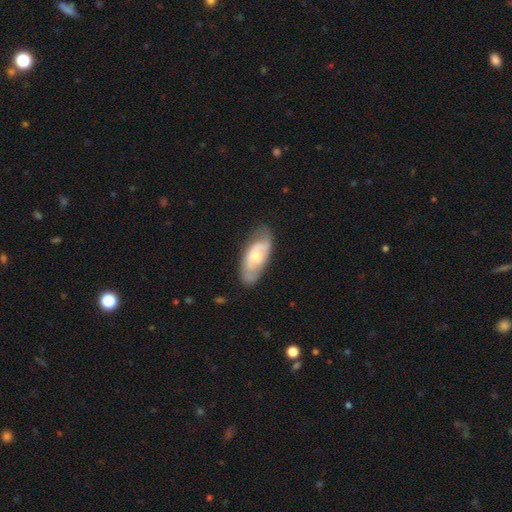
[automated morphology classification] Smooth or featured?
  - featured or disk: 57% *
  - smooth: 38%
  - star or artifact: 6%
Edge-on disk?
  - no: 89% *
  - yes: 11%
Bar?
  - no: 66% *
  - weak: 29%
  - strong: 5%
Spiral arms?
  - yes: 73% *
  - no: 27%
Bulge size?
  - moderate: 55% *
  - small: 31%
  - large: 10%
  - none: 3%
  - dominant: 1%
Merging?
  - none: 63% *
  - minor disturbance: 26%
  - major disturbance: 9%
  - merger: 2%